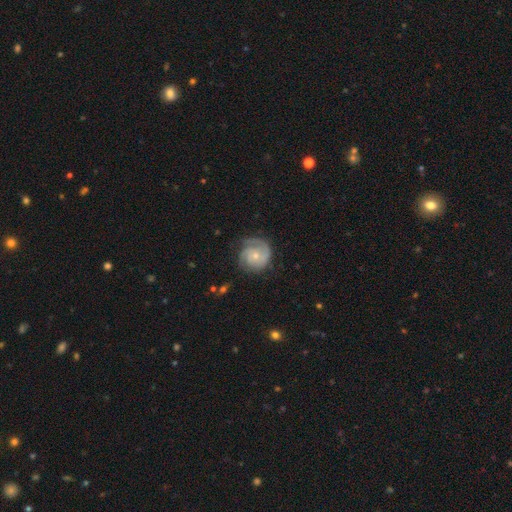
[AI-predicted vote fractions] smooth-or-featured: featured or disk: 78% | smooth: 16% | star or artifact: 6%
  disk-edge-on: no: 98% | yes: 2%
    bar: no: 74% | weak: 22% | strong: 3%
    has-spiral-arms: yes: 95% | no: 5%
      spiral-winding: tight: 58% | medium: 33% | loose: 9%
      spiral-arm-count: 3: 32% | 2: 30% | can't tell: 19% | 1: 9% | 4: 5% | more than 4: 4%
    bulge-size: small: 68% | moderate: 27% | none: 2% | large: 1% | dominant: 1%
  merging: none: 68% | minor disturbance: 21% | major disturbance: 10% | merger: 2%